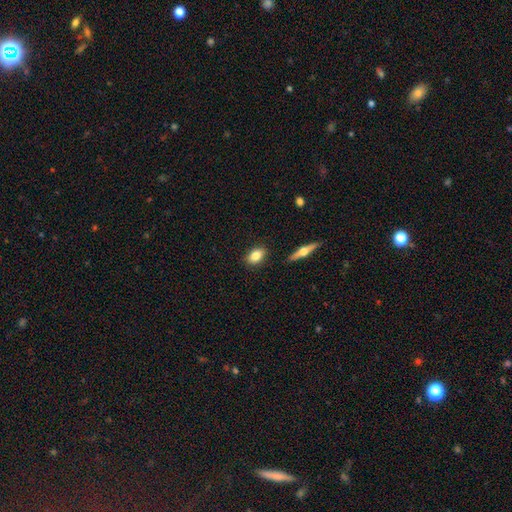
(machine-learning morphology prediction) smooth-or-featured: smooth: 78% | featured or disk: 15% | star or artifact: 7%
  how-rounded: in between: 82% | round: 14% | cigar-shaped: 4%
  merging: none: 87% | minor disturbance: 9% | merger: 2% | major disturbance: 2%